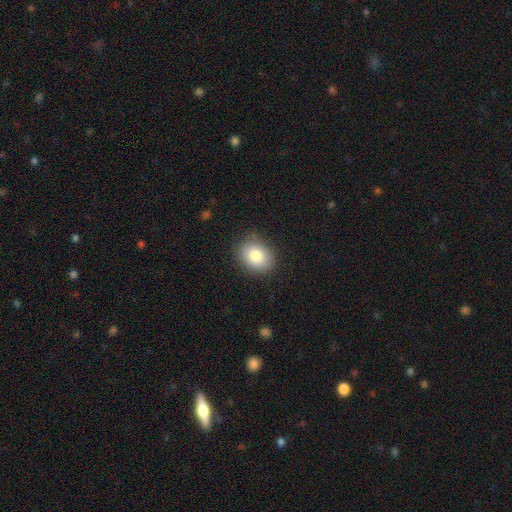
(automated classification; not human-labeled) Smooth or featured: smooth — 84% (featured or disk — 8%)
How rounded: in between — 56% (round — 43%)
Merging: none — 85% (minor disturbance — 11%)